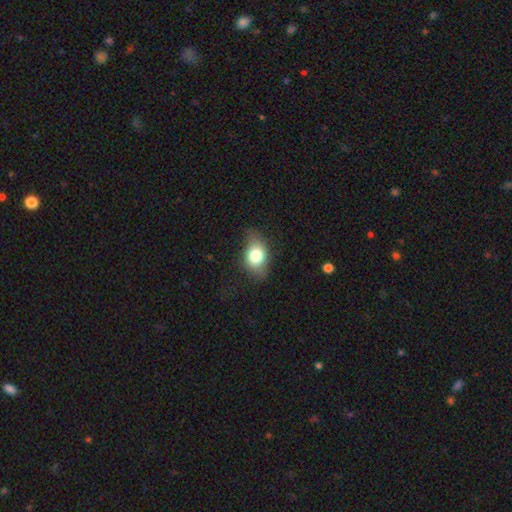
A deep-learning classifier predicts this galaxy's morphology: Smooth or featured?
  - smooth: 74% *
  - featured or disk: 17%
  - star or artifact: 9%
How rounded?
  - in between: 73% *
  - round: 25%
  - cigar-shaped: 2%
Merging?
  - none: 64% *
  - minor disturbance: 27%
  - major disturbance: 8%
  - merger: 1%